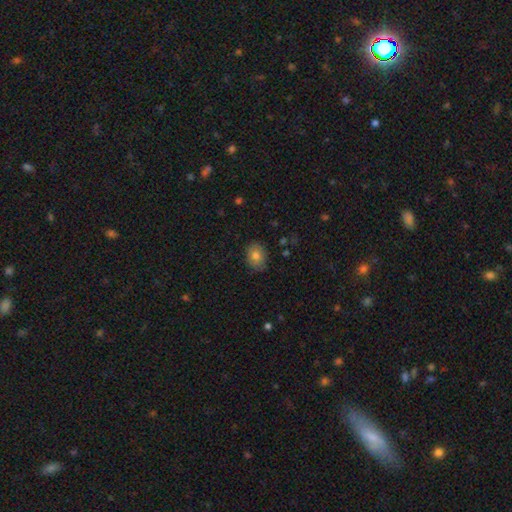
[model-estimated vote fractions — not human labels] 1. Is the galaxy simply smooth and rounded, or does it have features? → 79% smooth, 12% featured or disk, 9% star or artifact.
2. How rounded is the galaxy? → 57% in between, 42% round, 1% cigar-shaped.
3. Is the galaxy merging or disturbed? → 82% none, 14% minor disturbance, 3% major disturbance, 1% merger.